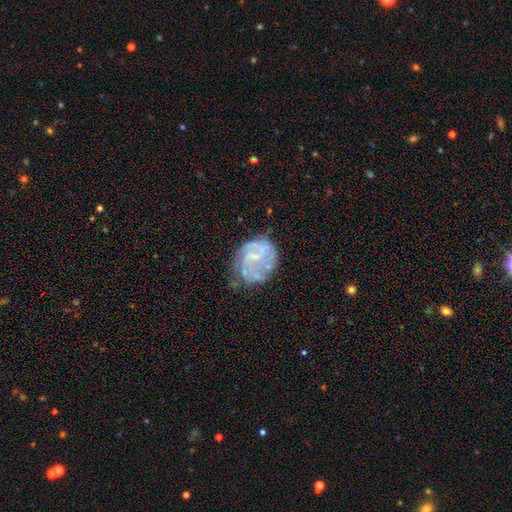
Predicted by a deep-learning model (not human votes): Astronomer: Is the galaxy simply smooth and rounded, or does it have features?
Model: featured or disk — 73%.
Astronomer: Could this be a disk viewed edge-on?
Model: no — 98%.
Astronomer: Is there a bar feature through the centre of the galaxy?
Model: no — 50% (runner-up: weak, 41%).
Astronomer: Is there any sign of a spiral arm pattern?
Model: yes — 73%.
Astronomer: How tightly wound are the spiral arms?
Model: medium — 40% (runner-up: tight, 39%).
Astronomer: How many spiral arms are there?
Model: can't tell — 36% (runner-up: 2, 31%).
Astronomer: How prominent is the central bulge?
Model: small — 49% (runner-up: none, 32%).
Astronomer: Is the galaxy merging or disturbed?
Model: none — 52%.